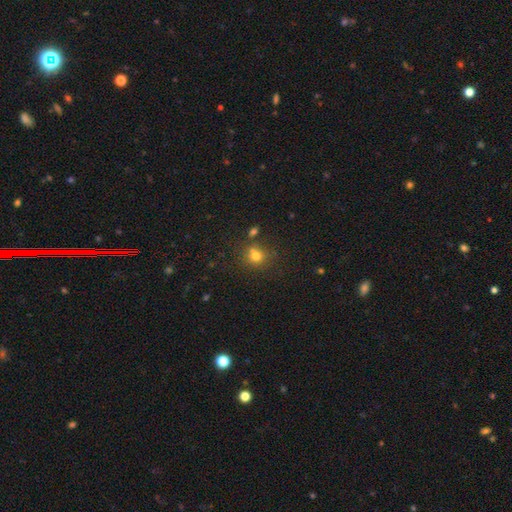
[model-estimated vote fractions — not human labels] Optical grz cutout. It shows a smooth galaxy with no disk features (72%) that is round (77%). Merging: none (59%).